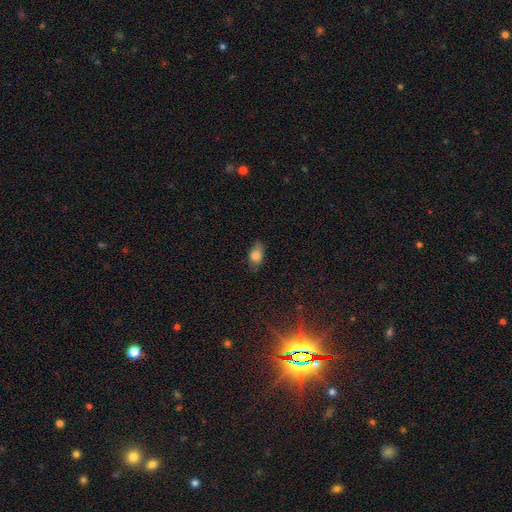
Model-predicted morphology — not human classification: Overall: smooth (79%). How rounded: in between (85%). Merging: none (76%).